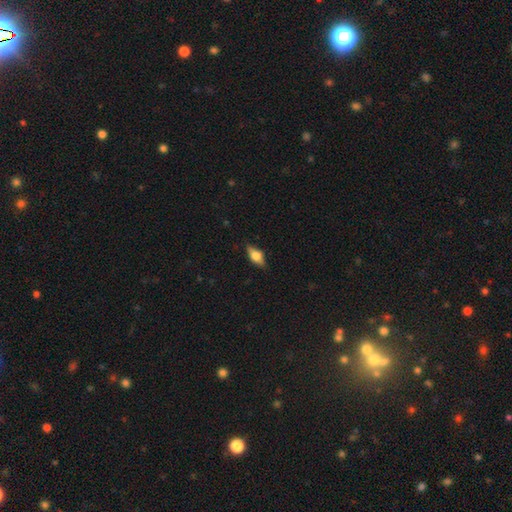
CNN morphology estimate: type=smooth (58%); roundness=in between (79%); merging=none (82%).